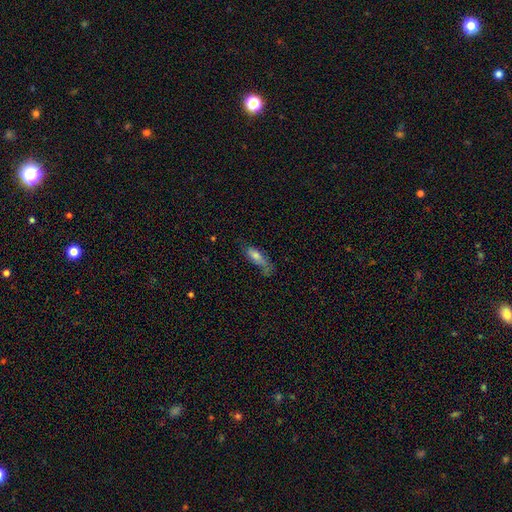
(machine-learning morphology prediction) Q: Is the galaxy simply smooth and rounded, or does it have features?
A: smooth — 66%.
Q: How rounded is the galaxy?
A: in between — 55%.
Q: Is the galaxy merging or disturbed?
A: none — 47%.